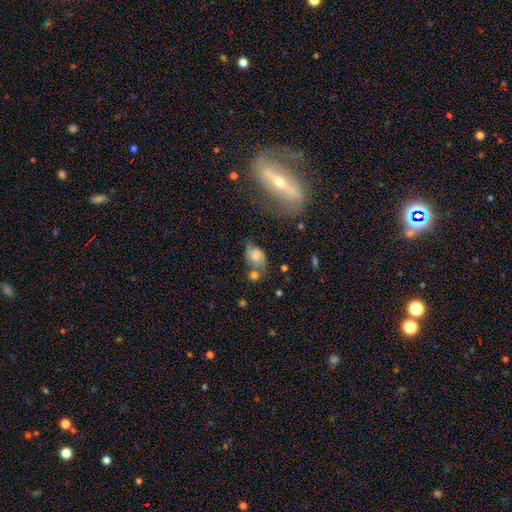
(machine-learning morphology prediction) smooth_or_featured: featured or disk (p=0.45) [alt: smooth p=0.44]
merging: none (p=0.46) [alt: minor disturbance p=0.25]